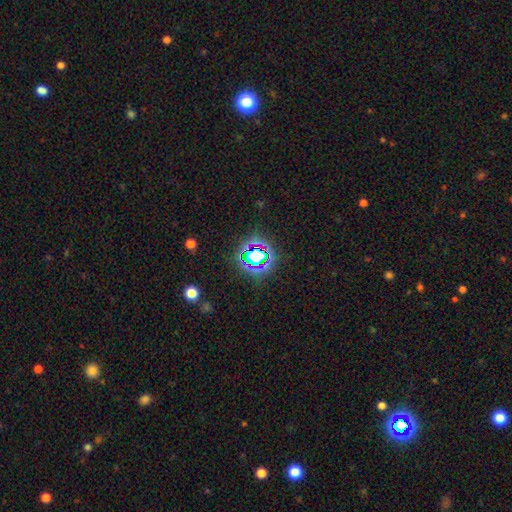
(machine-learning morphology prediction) This is likely a star or artifact rather than a galaxy (64%).